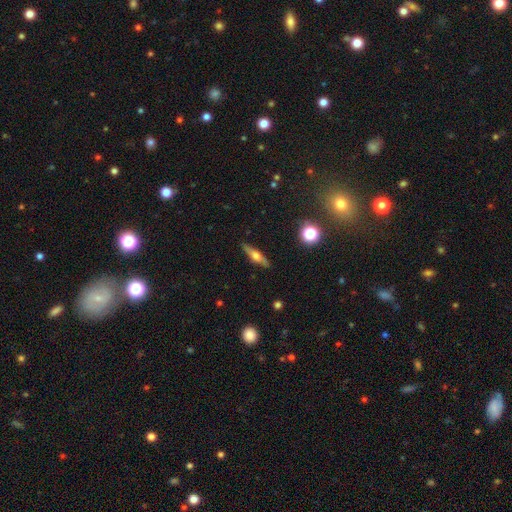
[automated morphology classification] Smooth or featured?
  - featured or disk: 58% *
  - smooth: 35%
  - star or artifact: 8%
Edge-on disk?
  - yes: 94% *
  - no: 6%
Edge-on bulge?
  - rounded: 91% *
  - boxy: 5%
  - none: 4%
Merging?
  - none: 89% *
  - minor disturbance: 8%
  - major disturbance: 2%
  - merger: 1%